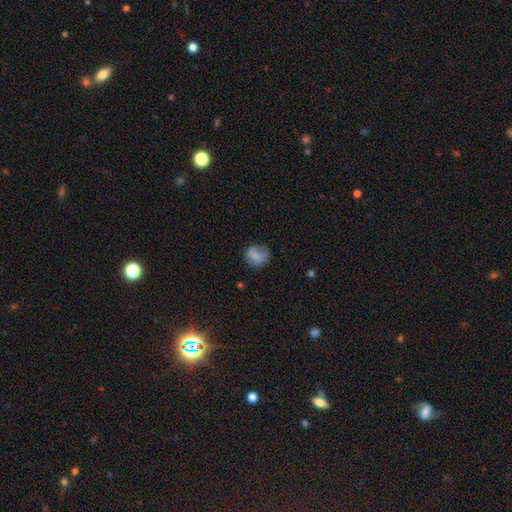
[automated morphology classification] type=smooth (75%); roundness=round (76%); merging=none (63%).